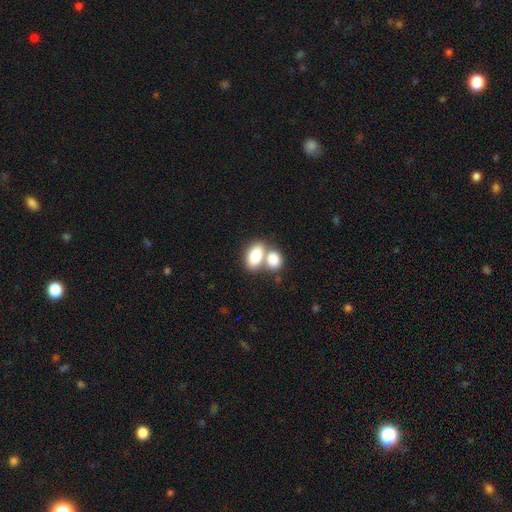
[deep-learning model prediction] Smooth or featured?
  - smooth: 80% *
  - featured or disk: 13%
  - star or artifact: 7%
How rounded?
  - in between: 87% *
  - round: 12%
  - cigar-shaped: 2%
Merging?
  - merger: 58% *
  - none: 31%
  - minor disturbance: 8%
  - major disturbance: 4%